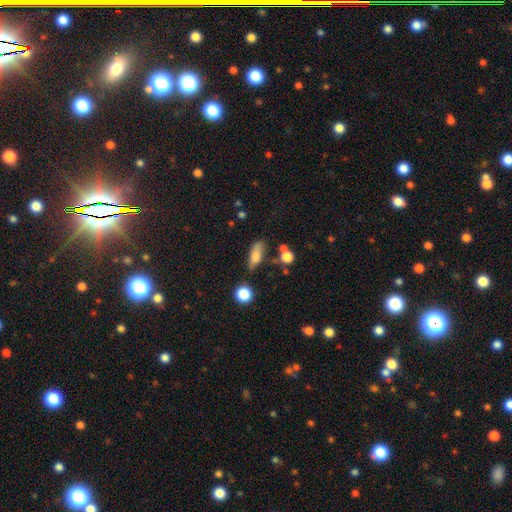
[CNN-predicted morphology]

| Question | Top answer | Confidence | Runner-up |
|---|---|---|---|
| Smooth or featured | smooth | 75% | featured or disk (13%) |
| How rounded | in between | 70% | cigar-shaped (22%) |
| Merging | none | 51% | minor disturbance (27%) |